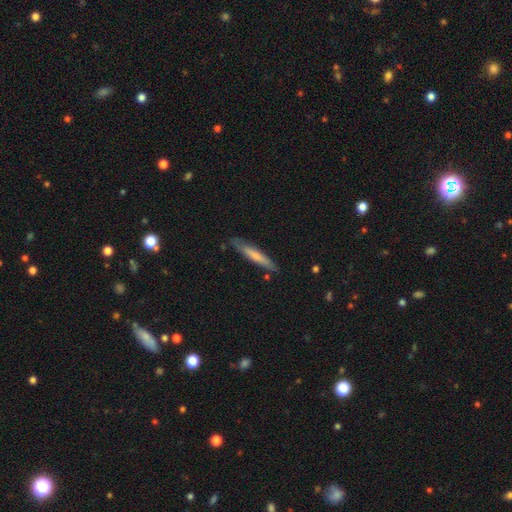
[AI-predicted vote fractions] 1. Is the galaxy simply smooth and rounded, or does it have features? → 62% smooth, 33% featured or disk, 5% star or artifact.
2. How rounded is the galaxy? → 93% cigar-shaped, 6% in between, 1% round.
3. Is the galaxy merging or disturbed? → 82% none, 13% minor disturbance, 2% merger, 2% major disturbance.